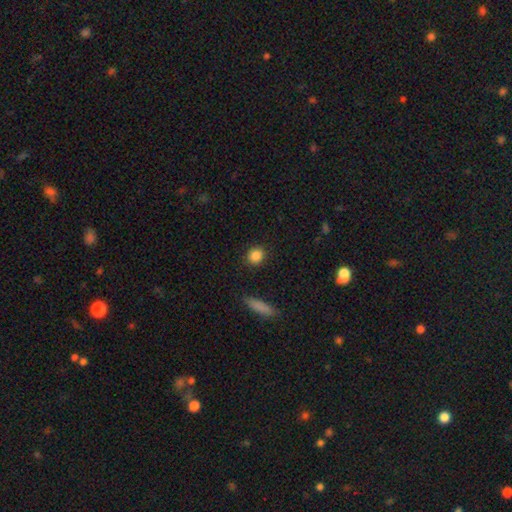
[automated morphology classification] smooth_or_featured: smooth (p=0.86) [alt: star or artifact p=0.09]
how_rounded: round (p=0.81) [alt: in between p=0.17]
merging: none (p=0.90) [alt: minor disturbance p=0.07]